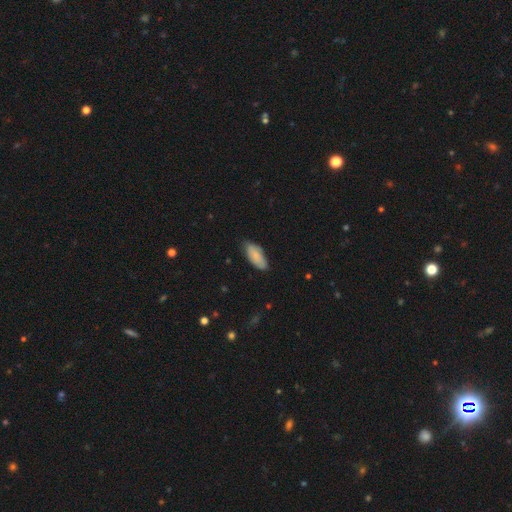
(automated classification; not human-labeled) A smooth galaxy with no disk features (84%) that is in between round and cigar-shaped (84%). Merging: none (77%).